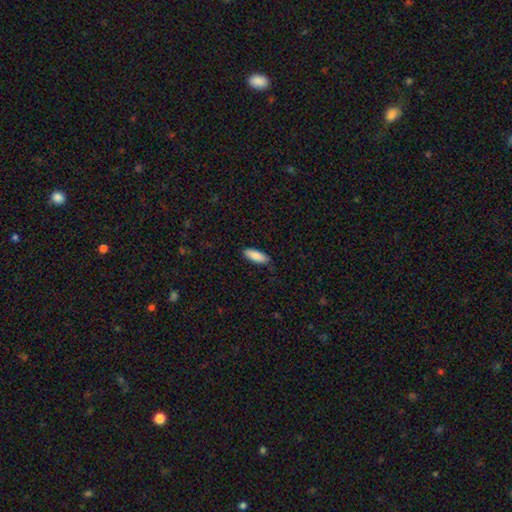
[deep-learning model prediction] Smooth or featured: smooth — 88% (featured or disk — 7%)
How rounded: in between — 72% (cigar-shaped — 26%)
Merging: none — 84% (minor disturbance — 13%)